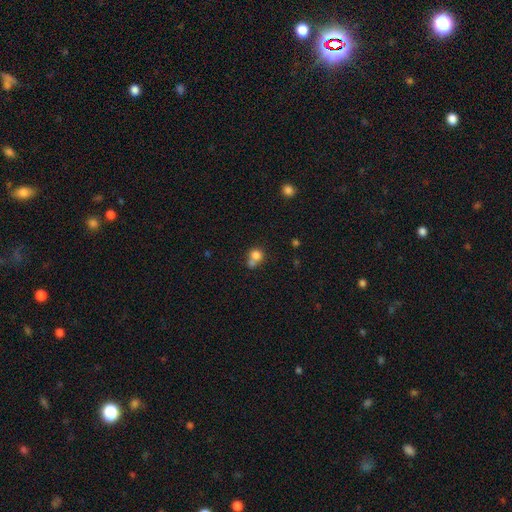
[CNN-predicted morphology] type=smooth (78%); roundness=round (76%); merging=merger (47%).